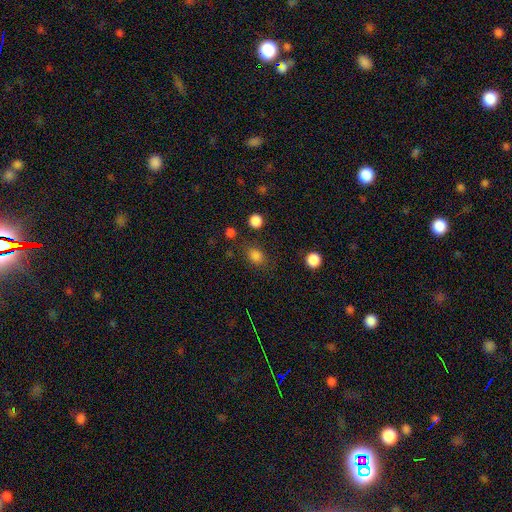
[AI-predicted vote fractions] smooth-or-featured: smooth: 82% | star or artifact: 14% | featured or disk: 5%
  how-rounded: round: 51% | in between: 48% | cigar-shaped: 1%
  merging: none: 76% | minor disturbance: 14% | major disturbance: 6% | merger: 4%